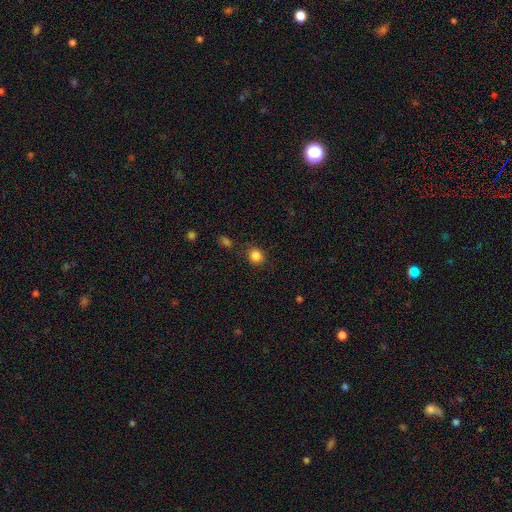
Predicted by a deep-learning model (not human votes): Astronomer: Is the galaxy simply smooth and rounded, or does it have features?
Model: smooth — 85%.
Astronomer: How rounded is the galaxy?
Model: round — 86%.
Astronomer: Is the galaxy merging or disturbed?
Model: none — 85%.